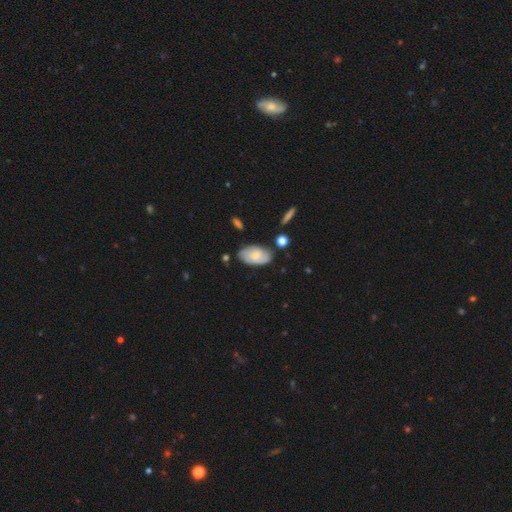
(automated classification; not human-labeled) Q: Smooth or featured?
A: smooth (59%); runner-up: featured or disk (34%)
Q: How rounded?
A: in between (93%); runner-up: round (5%)
Q: Merging?
A: none (72%); runner-up: minor disturbance (20%)